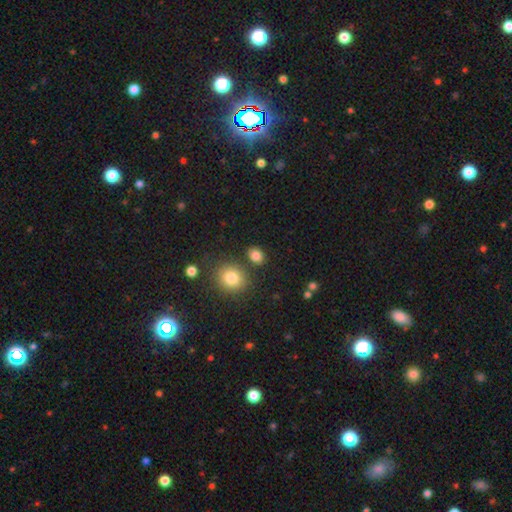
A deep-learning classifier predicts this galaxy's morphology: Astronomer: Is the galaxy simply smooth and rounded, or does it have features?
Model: smooth — 84%.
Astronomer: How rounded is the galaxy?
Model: in between — 53% (runner-up: round, 45%).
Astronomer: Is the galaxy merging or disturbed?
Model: none — 80%.